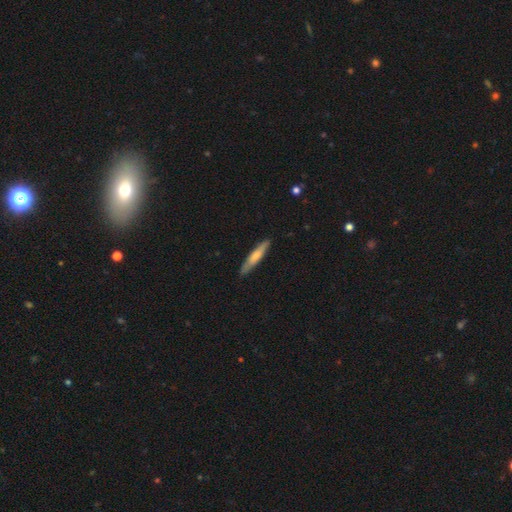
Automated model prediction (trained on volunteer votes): Smooth or featured? smooth (68%)
How rounded? cigar-shaped (90%)
Merging? none (87%)